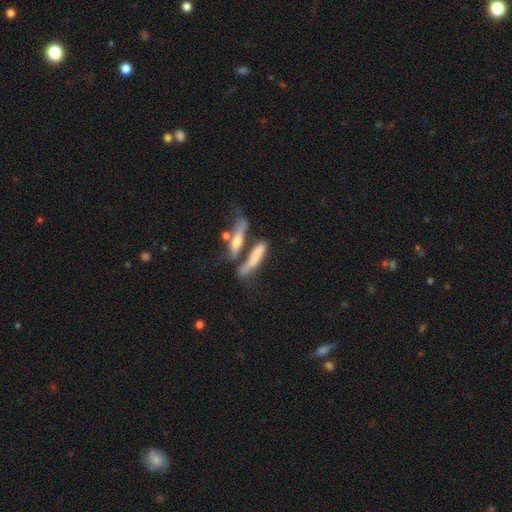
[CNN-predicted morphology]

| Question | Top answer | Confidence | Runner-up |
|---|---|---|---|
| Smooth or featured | smooth | 63% | featured or disk (29%) |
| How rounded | cigar-shaped | 80% | in between (18%) |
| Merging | none | 38% | merger (36%) |